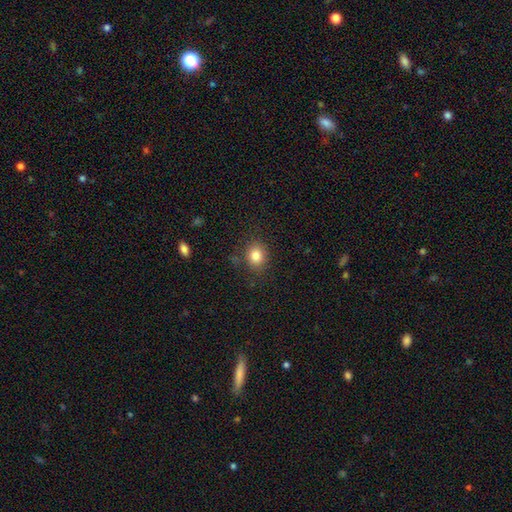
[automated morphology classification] This is clearly a smooth galaxy (83%). How rounded: likely round (63%). Merging: clearly none (82%).